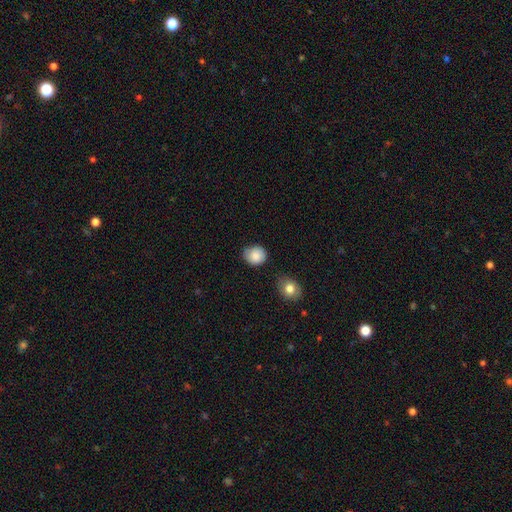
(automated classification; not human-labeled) Overall: smooth (83%). How rounded: round (77%). Merging: none (66%).